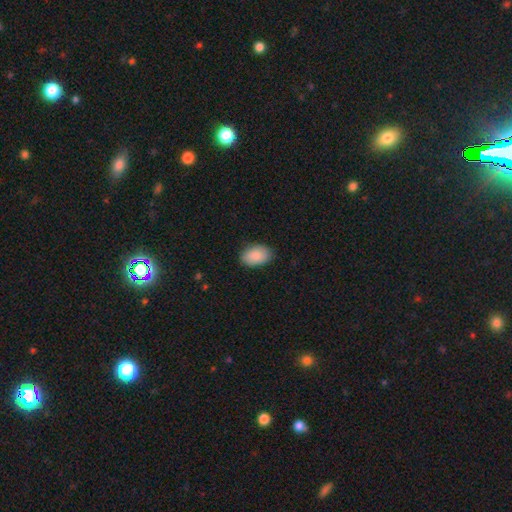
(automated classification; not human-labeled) smooth-or-featured: smooth: 89% | star or artifact: 6% | featured or disk: 4%
  how-rounded: in between: 91% | round: 8% | cigar-shaped: 1%
  merging: none: 86% | minor disturbance: 11% | major disturbance: 2% | merger: 1%